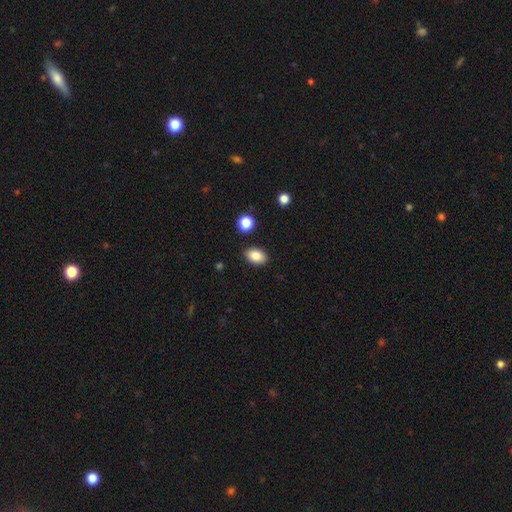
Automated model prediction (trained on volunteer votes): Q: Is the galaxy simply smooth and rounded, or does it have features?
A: smooth — 87%.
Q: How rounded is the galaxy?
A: in between — 85%.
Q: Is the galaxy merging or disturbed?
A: none — 86%.